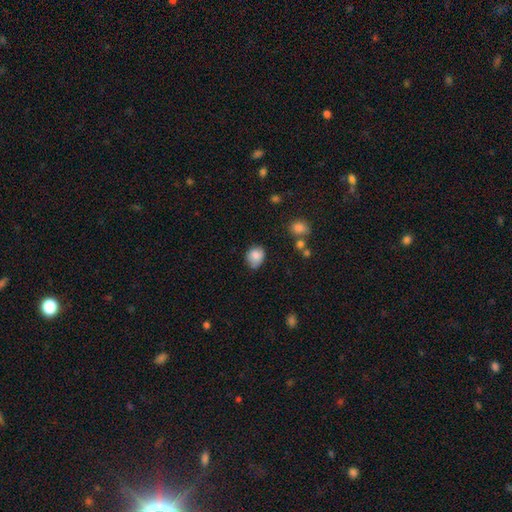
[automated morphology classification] smooth_or_featured: smooth (p=0.83) [alt: star or artifact p=0.09]
how_rounded: round (p=0.59) [alt: in between p=0.40]
merging: none (p=0.60) [alt: minor disturbance p=0.31]